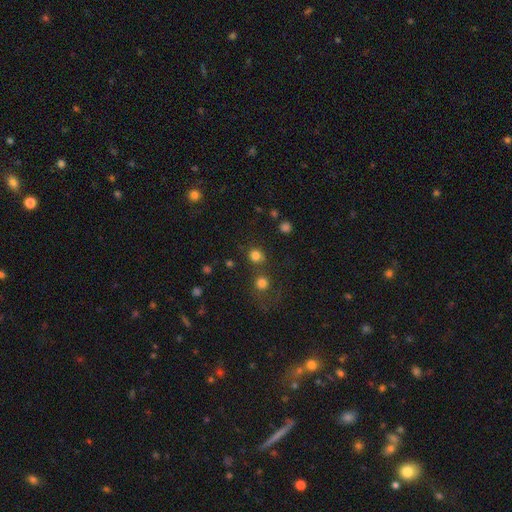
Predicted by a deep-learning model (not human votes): This is likely a smooth galaxy (79%). How rounded: clearly round (89%). Merging: likely none (74%).